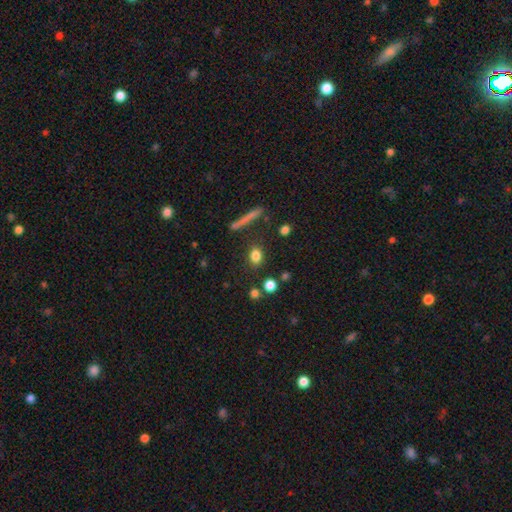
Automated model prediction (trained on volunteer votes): This appears to be a smooth galaxy with no disk features (81%) that is in between round and cigar-shaped (55%). Merging: none (82%).